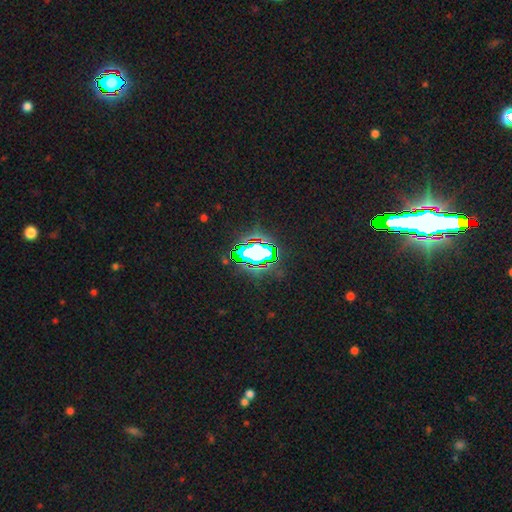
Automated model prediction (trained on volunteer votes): This appears to be a star or artifact, not a galaxy (67%).